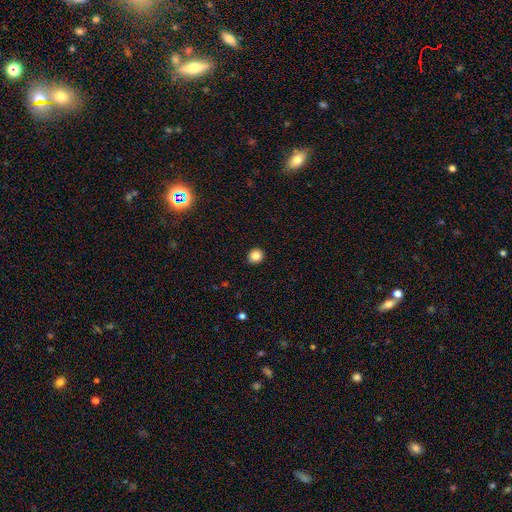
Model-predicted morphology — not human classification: Smooth or featured: smooth — 84% (star or artifact — 11%)
How rounded: round — 90% (in between — 9%)
Merging: none — 92% (minor disturbance — 6%)